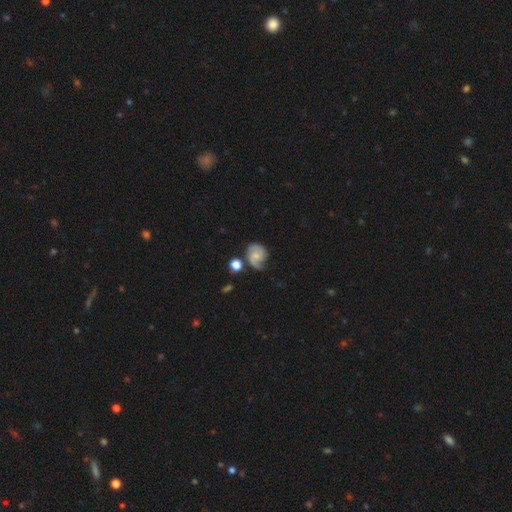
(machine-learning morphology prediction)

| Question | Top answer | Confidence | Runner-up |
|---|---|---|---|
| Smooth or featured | featured or disk | 72% | smooth (20%) |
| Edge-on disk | no | 98% | yes (2%) |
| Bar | no | 58% | weak (36%) |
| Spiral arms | yes | 94% | no (6%) |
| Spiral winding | medium | 46% | tight (33%) |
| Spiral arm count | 2 | 76% | 1 (10%) |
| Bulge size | small | 55% | moderate (27%) |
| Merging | none | 58% | minor disturbance (24%) |